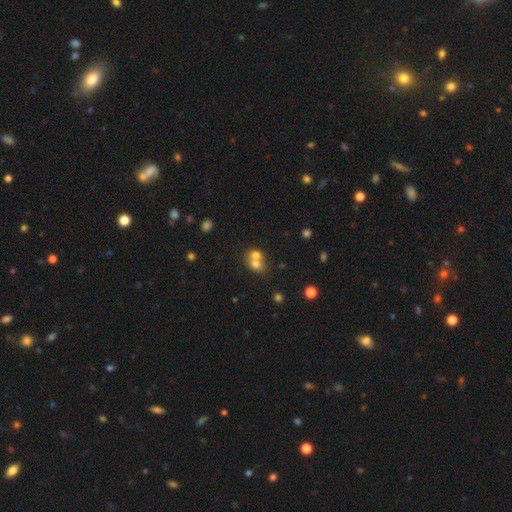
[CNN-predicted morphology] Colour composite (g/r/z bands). It shows a smooth galaxy with no disk features (69%) that is round (64%). Merging: merger (68%).